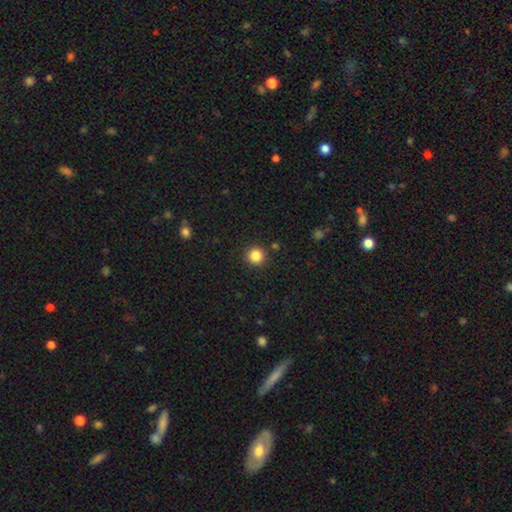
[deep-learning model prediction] Morphology: type=smooth (85%); roundness=round (94%); merging=none (91%).